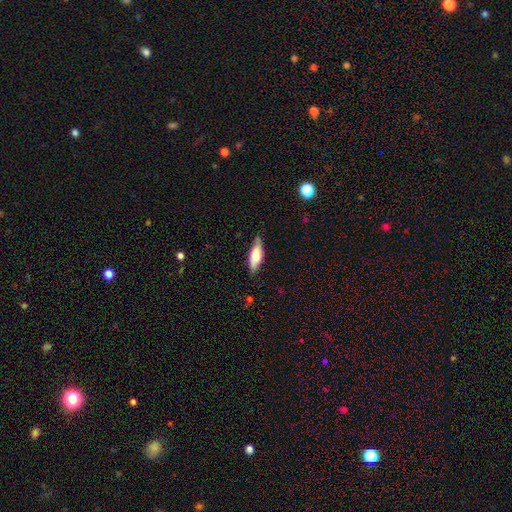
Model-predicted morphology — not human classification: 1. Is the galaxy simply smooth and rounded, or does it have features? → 62% smooth, 31% featured or disk, 6% star or artifact.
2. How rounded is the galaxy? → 60% in between, 38% cigar-shaped, 2% round.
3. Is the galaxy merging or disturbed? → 77% none, 18% minor disturbance, 3% major disturbance, 1% merger.